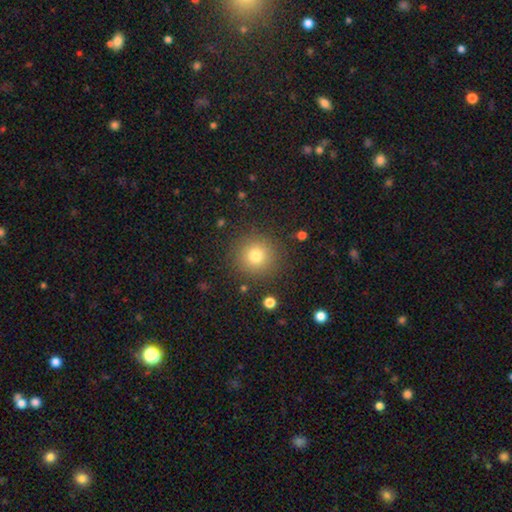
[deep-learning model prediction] Smooth or featured?
  - smooth: 77% *
  - star or artifact: 14%
  - featured or disk: 9%
How rounded?
  - round: 94% *
  - in between: 5%
  - cigar-shaped: 1%
Merging?
  - none: 88% *
  - minor disturbance: 7%
  - major disturbance: 3%
  - merger: 2%